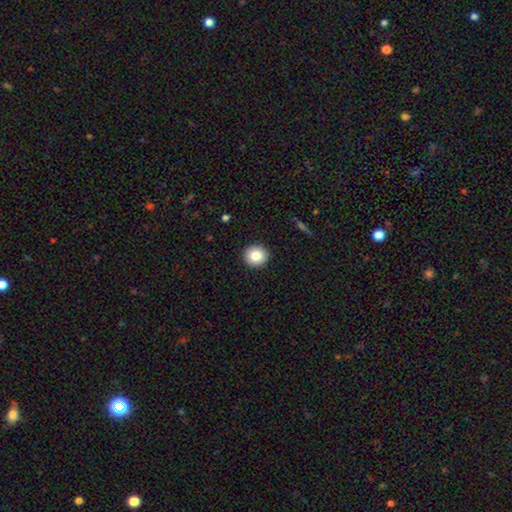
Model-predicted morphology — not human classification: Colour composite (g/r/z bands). It shows a smooth galaxy with no disk features (83%) that is round (94%). Merging: none (93%).